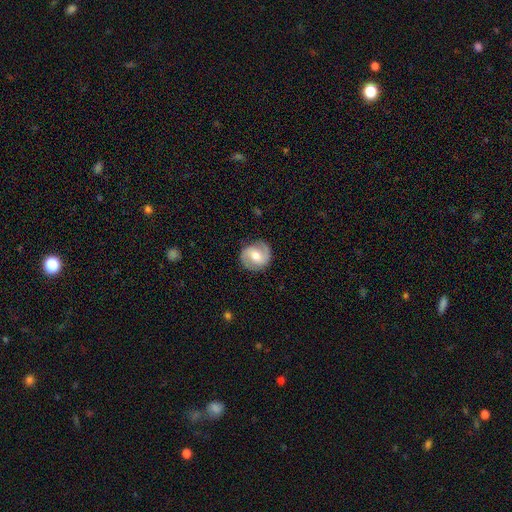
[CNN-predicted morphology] The model was most divided on "bar": weak: 46%, no: 35%, strong: 19%. Remaining: edge-on disk — no (98%); spiral arms — yes (93%); spiral arm count — 2 (91%); merging — none (86%); smooth or featured — featured or disk (76%); bulge size — moderate (67%); spiral winding — medium (48%).